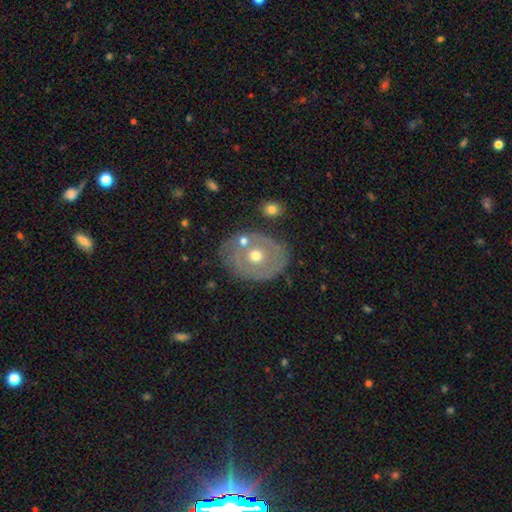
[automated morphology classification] The model was most divided on "smooth or featured": featured or disk: 61%, smooth: 32%, star or artifact: 7%. More confident: edge-on disk — no (95%); bar — no (88%); bulge size — moderate (74%); merging — none (67%); spiral arms — no (67%).